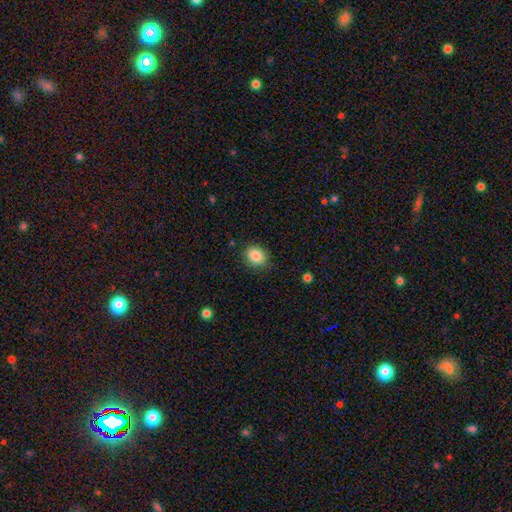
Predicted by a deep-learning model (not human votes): Morphology: type=smooth (86%); roundness=round (53%); merging=none (84%).